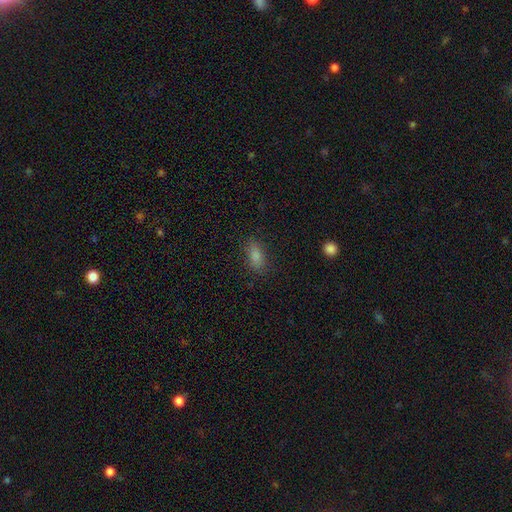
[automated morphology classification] A smooth galaxy with no disk features (80%) that is in between round and cigar-shaped (77%).

Vote fractions:
- Smooth or featured? smooth: 80% / star or artifact: 13% / featured or disk: 8%
- How rounded? in between: 77% / cigar-shaped: 18% / round: 4%
- Merging? none: 84% / minor disturbance: 11% / major disturbance: 3% / merger: 1%